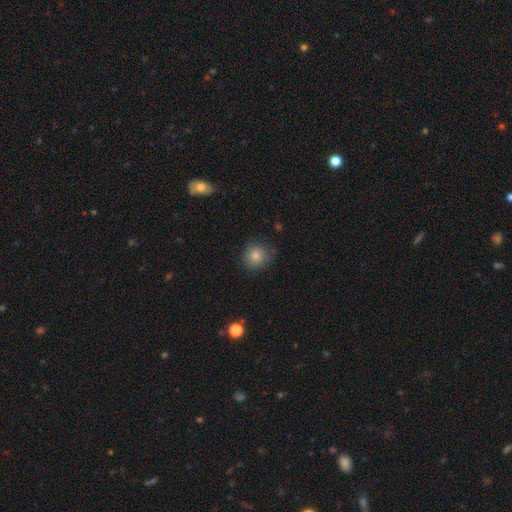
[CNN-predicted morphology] smooth-or-featured: smooth: 83% | star or artifact: 10% | featured or disk: 7%
  how-rounded: round: 87% | in between: 12% | cigar-shaped: 1%
  merging: none: 79% | minor disturbance: 16% | major disturbance: 4% | merger: 1%